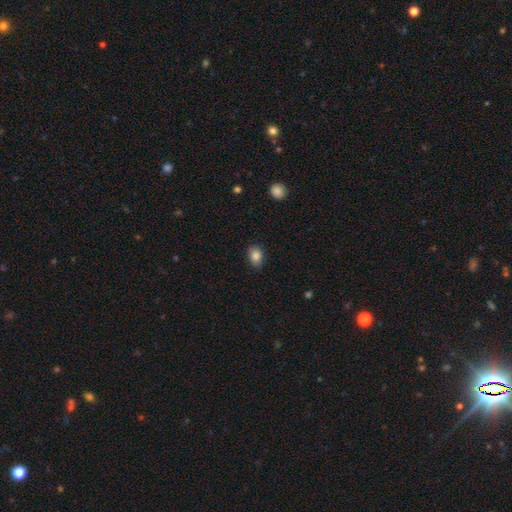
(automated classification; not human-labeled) Smooth or featured: smooth — 86% (star or artifact — 9%)
How rounded: in between — 70% (round — 28%)
Merging: none — 84% (minor disturbance — 13%)